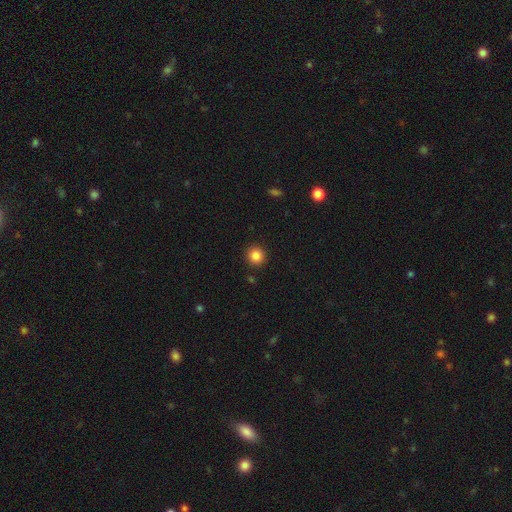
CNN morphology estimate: smooth-or-featured: smooth: 86% | star or artifact: 11% | featured or disk: 4%
  how-rounded: round: 94% | in between: 6% | cigar-shaped: 1%
  merging: none: 91% | minor disturbance: 6% | major disturbance: 2% | merger: 1%